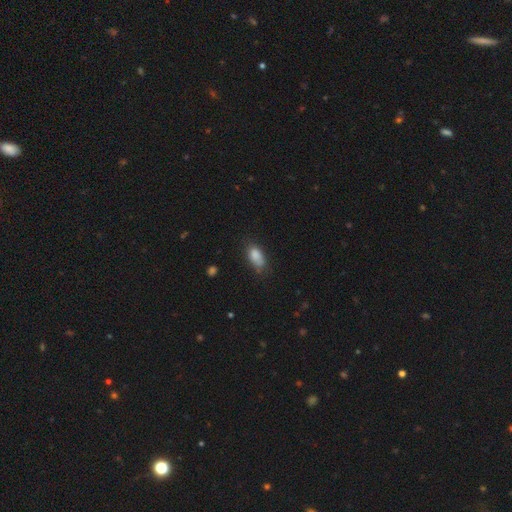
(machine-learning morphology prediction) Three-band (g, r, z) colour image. It shows a smooth galaxy with no disk features (84%) that is in between round and cigar-shaped (90%). Merging: none (60%).